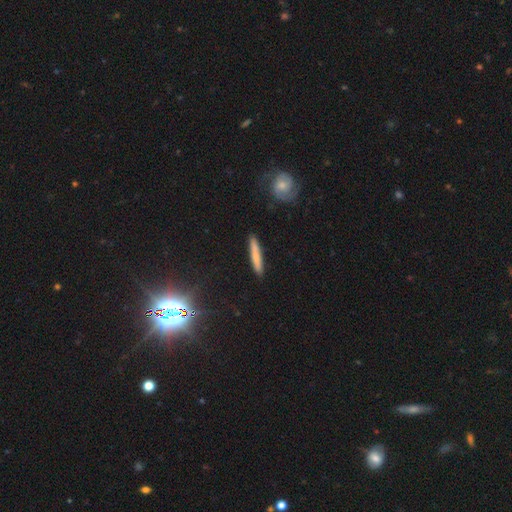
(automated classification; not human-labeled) The model was most divided on "smooth or featured": smooth: 69%, featured or disk: 25%, star or artifact: 6%. More confident: how rounded — cigar-shaped (95%); merging — none (89%).